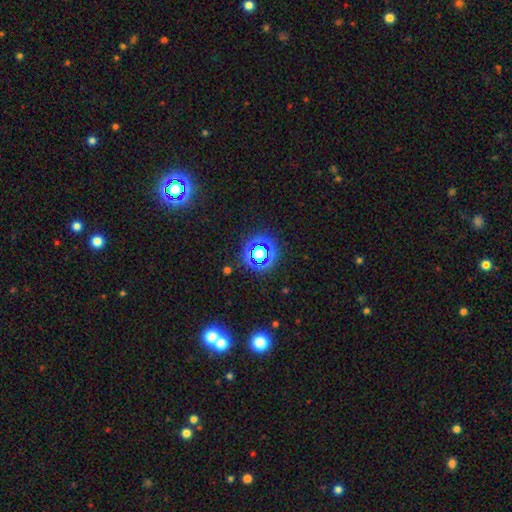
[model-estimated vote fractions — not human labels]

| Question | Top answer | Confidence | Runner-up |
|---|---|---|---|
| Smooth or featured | star or artifact | 60% | smooth (29%) |